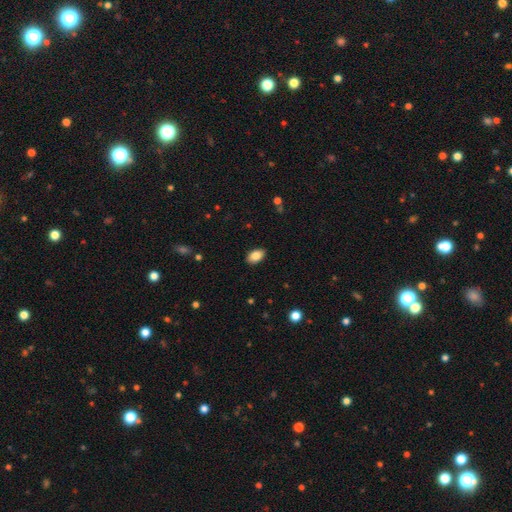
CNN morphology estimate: smooth_or_featured: smooth (p=0.85) [alt: star or artifact p=0.08]
how_rounded: in between (p=0.92) [alt: round p=0.07]
merging: none (p=0.89) [alt: minor disturbance p=0.08]